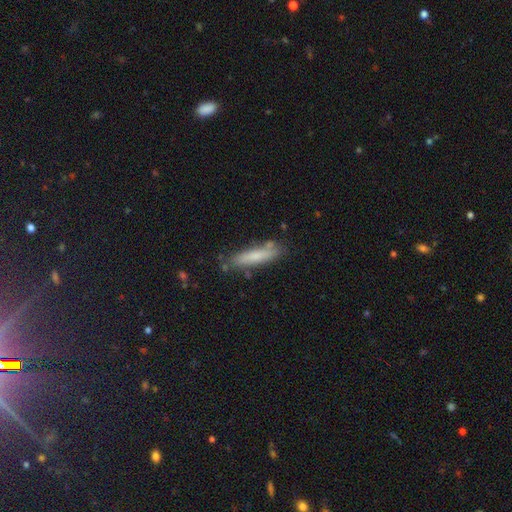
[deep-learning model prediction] Morphology: type=smooth (69%); roundness=cigar-shaped (81%); merging=none (75%).